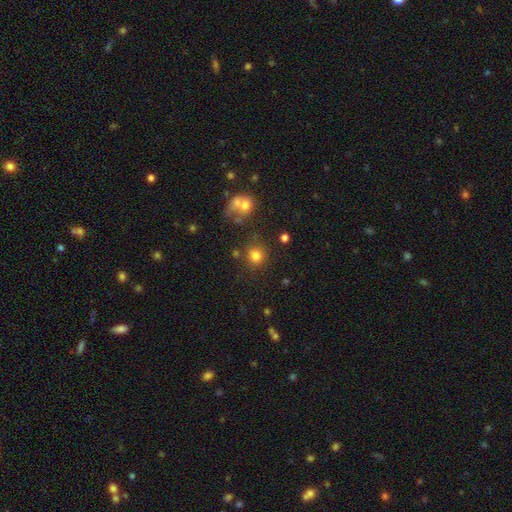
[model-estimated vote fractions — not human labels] Smooth or featured? Predicted: smooth (p=0.78). How rounded? Predicted: round (p=0.89). Merging? Predicted: none (p=0.75).